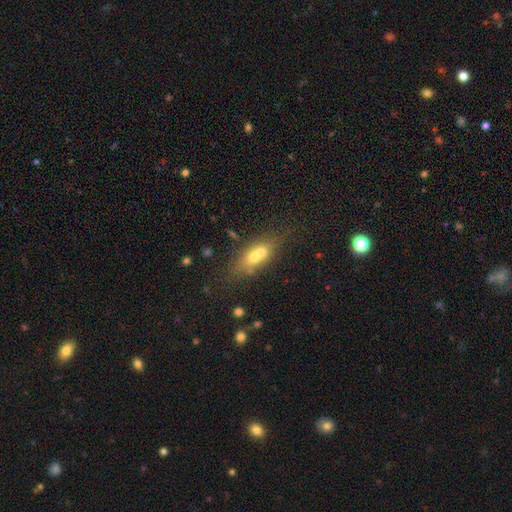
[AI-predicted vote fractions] Smooth or featured? smooth (56%)
How rounded? in between (63%)
Merging? merger (51%)